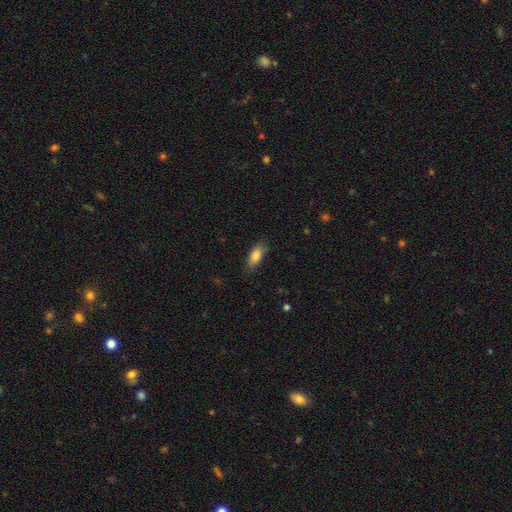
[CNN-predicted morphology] A smooth galaxy with no disk features (82%) that is in between round and cigar-shaped (78%).

Vote fractions:
- Smooth or featured? smooth: 82% / featured or disk: 12% / star or artifact: 7%
- How rounded? in between: 78% / cigar-shaped: 20% / round: 2%
- Merging? none: 83% / minor disturbance: 13% / major disturbance: 3% / merger: 1%